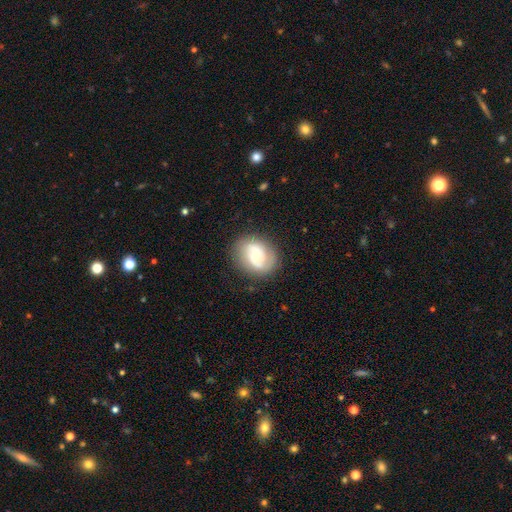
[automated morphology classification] smooth-or-featured: featured or disk: 64% | smooth: 29% | star or artifact: 7%
  disk-edge-on: no: 97% | yes: 3%
    bar: no: 57% | weak: 34% | strong: 8%
    has-spiral-arms: yes: 85% | no: 15%
      spiral-winding: medium: 41% | tight: 39% | loose: 21%
      spiral-arm-count: 2: 74% | can't tell: 13% | 1: 8% | 3: 3% | 4: 1% | more than 4: 1%
    bulge-size: moderate: 47% | small: 46% | large: 5% | none: 2% | dominant: 1%
  merging: none: 80% | minor disturbance: 14% | major disturbance: 5% | merger: 1%